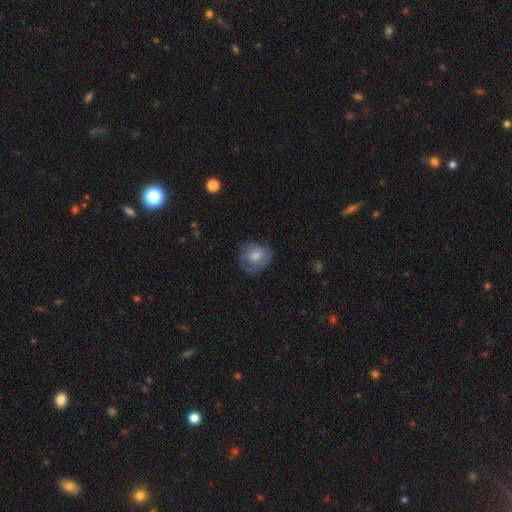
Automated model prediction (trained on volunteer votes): smooth-or-featured: smooth: 66% | featured or disk: 26% | star or artifact: 8%
  how-rounded: round: 72% | in between: 27% | cigar-shaped: 1%
  merging: none: 61% | minor disturbance: 26% | major disturbance: 12% | merger: 1%